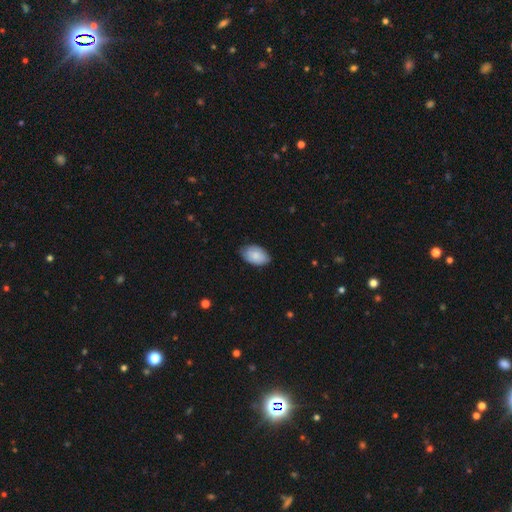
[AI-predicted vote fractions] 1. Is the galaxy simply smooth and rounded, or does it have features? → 83% smooth, 11% featured or disk, 6% star or artifact.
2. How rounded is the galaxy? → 92% in between, 7% round, 1% cigar-shaped.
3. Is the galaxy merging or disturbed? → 75% none, 21% minor disturbance, 3% major disturbance, 1% merger.